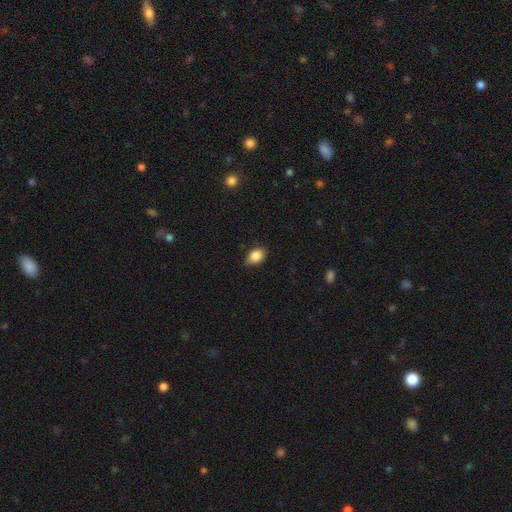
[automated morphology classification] Smooth or featured? smooth (87%)
How rounded? in between (78%)
Merging? none (78%)